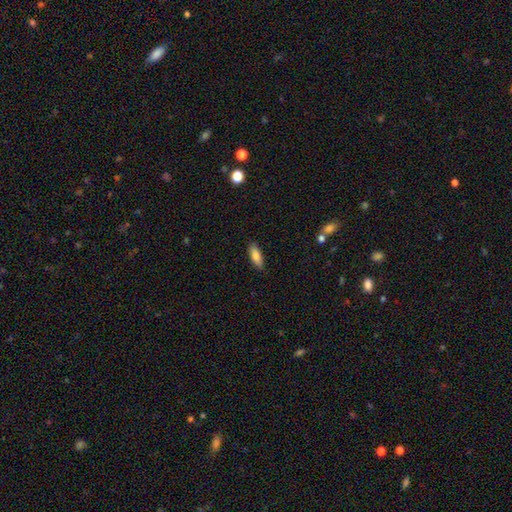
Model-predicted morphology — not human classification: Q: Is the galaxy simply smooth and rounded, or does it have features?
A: smooth — 80%.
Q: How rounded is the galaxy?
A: in between — 63%.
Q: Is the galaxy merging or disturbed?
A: none — 87%.